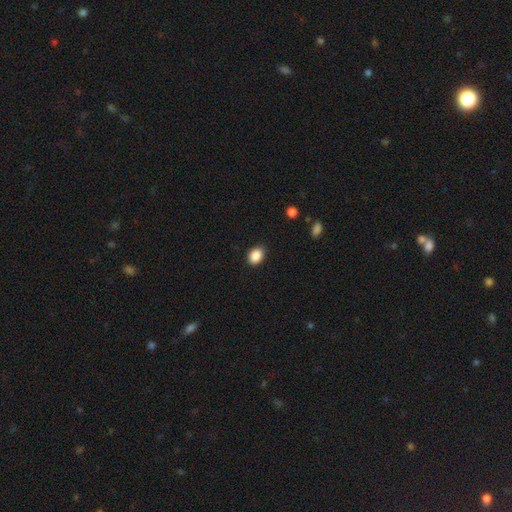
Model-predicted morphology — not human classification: Smooth or featured?
  - smooth: 89% *
  - star or artifact: 8%
  - featured or disk: 3%
How rounded?
  - in between: 70% *
  - round: 29%
  - cigar-shaped: 1%
Merging?
  - none: 86% *
  - minor disturbance: 11%
  - major disturbance: 2%
  - merger: 1%